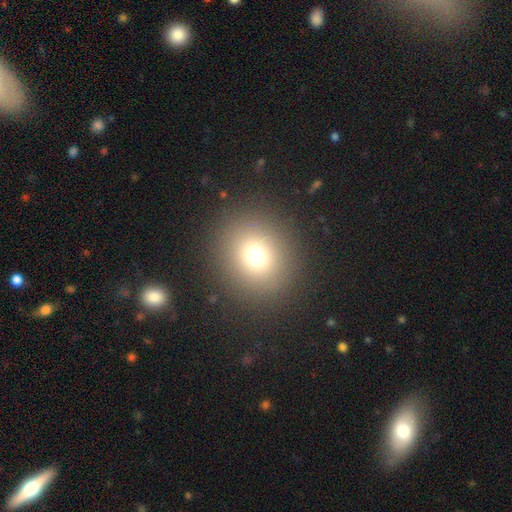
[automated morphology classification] Smooth or featured?
  - smooth: 71% *
  - star or artifact: 19%
  - featured or disk: 10%
How rounded?
  - round: 86% *
  - in between: 13%
  - cigar-shaped: 1%
Merging?
  - none: 88% *
  - minor disturbance: 6%
  - major disturbance: 4%
  - merger: 1%